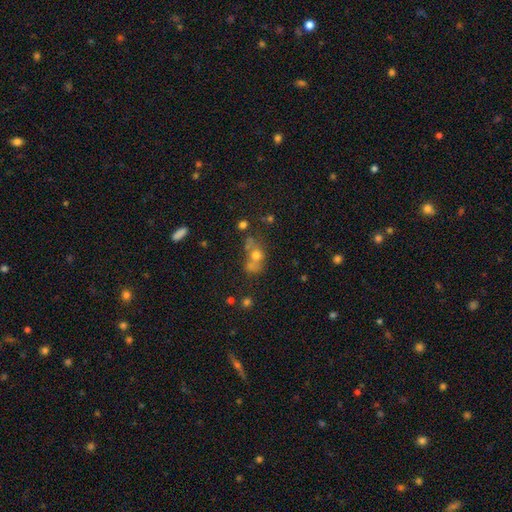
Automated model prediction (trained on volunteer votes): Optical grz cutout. It shows a smooth galaxy with no disk features (56%) that is round (60%). Merging: merger (44%).